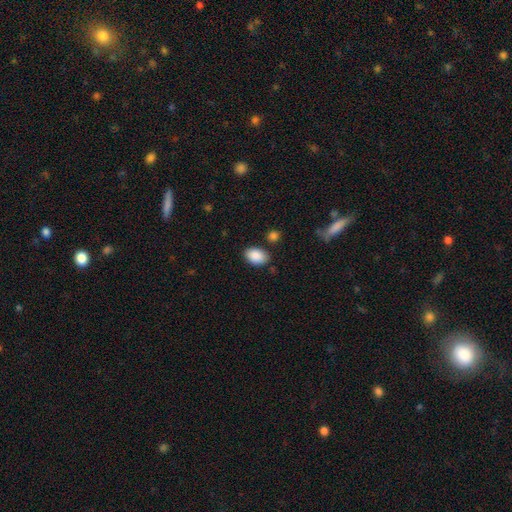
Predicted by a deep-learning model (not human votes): A smooth galaxy with no disk features (89%) that is in between round and cigar-shaped (85%).

Vote fractions:
- Smooth or featured? smooth: 89% / star or artifact: 7% / featured or disk: 4%
- How rounded? in between: 85% / round: 14% / cigar-shaped: 1%
- Merging? none: 79% / minor disturbance: 14% / merger: 4% / major disturbance: 3%